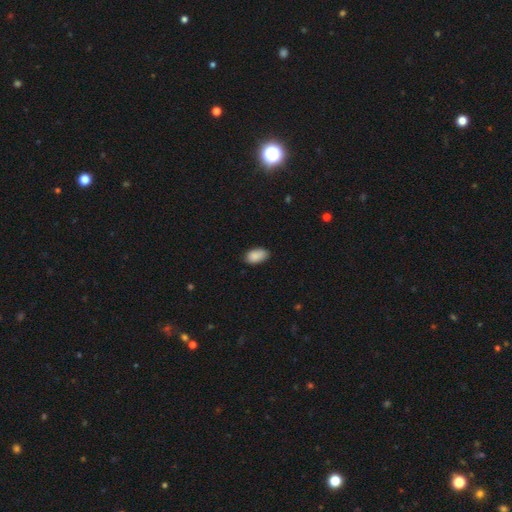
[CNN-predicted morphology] This is clearly a smooth galaxy (90%). How rounded: clearly in between (94%). Merging: clearly none (81%).